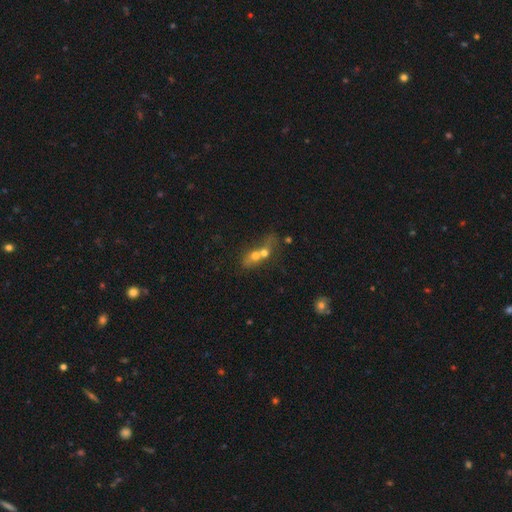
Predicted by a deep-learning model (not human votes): Smooth or featured: smooth — 58% (featured or disk — 29%)
How rounded: round — 45% (in between — 44%)
Merging: merger — 75% (none — 14%)